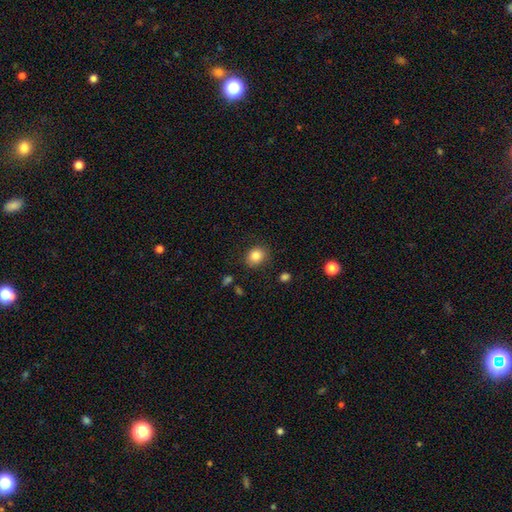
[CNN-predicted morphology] Smooth or featured?
  - smooth: 84% *
  - star or artifact: 10%
  - featured or disk: 6%
How rounded?
  - round: 61% *
  - in between: 38%
  - cigar-shaped: 1%
Merging?
  - none: 84% *
  - minor disturbance: 11%
  - major disturbance: 3%
  - merger: 2%